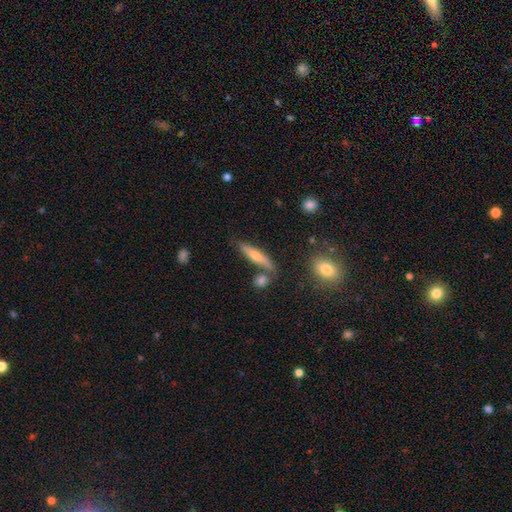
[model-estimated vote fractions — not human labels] smooth-or-featured: featured or disk: 51% | smooth: 39% | star or artifact: 10%
  disk-edge-on: yes: 92% | no: 8%
  merging: none: 73% | minor disturbance: 12% | merger: 11% | major disturbance: 3%